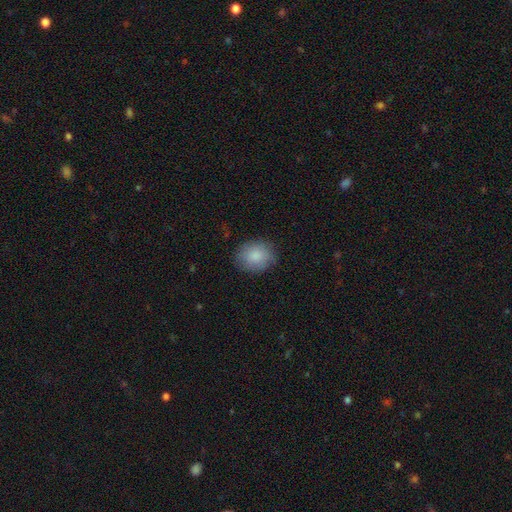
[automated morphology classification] smooth-or-featured: smooth: 86% | featured or disk: 7% | star or artifact: 7%
  how-rounded: round: 56% | in between: 43% | cigar-shaped: 1%
  merging: none: 82% | minor disturbance: 14% | major disturbance: 3% | merger: 1%